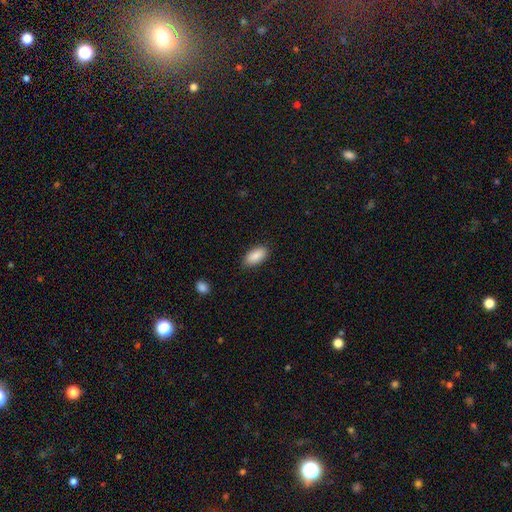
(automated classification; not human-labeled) Q: Smooth or featured?
A: smooth (88%); runner-up: star or artifact (7%)
Q: How rounded?
A: in between (91%); runner-up: cigar-shaped (7%)
Q: Merging?
A: none (85%); runner-up: minor disturbance (11%)